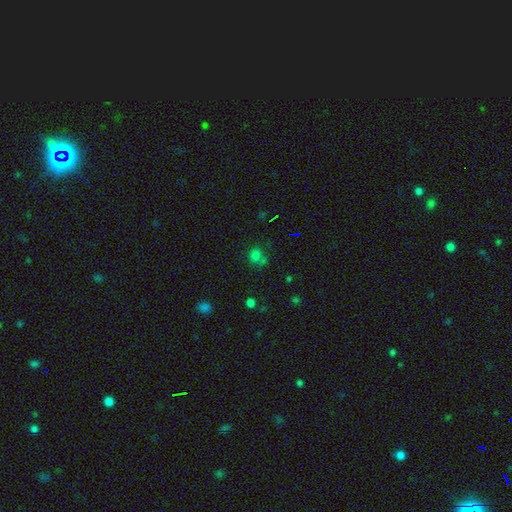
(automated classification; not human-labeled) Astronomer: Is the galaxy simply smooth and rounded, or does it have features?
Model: smooth — 66%.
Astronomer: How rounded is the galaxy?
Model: round — 73%.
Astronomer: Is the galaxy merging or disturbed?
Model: none — 59%.